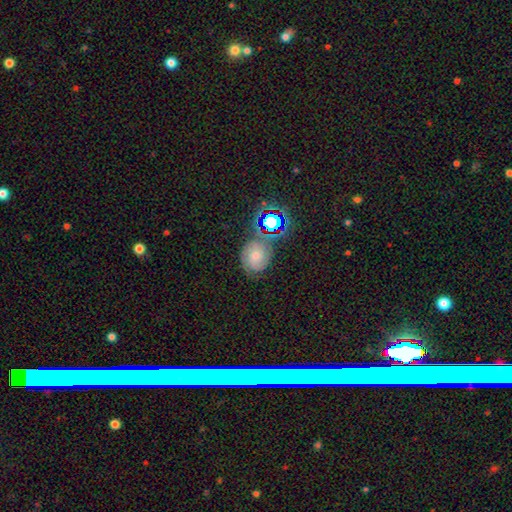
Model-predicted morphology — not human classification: Overall: featured or disk (44%; smooth 34%). Merging: none (65%).